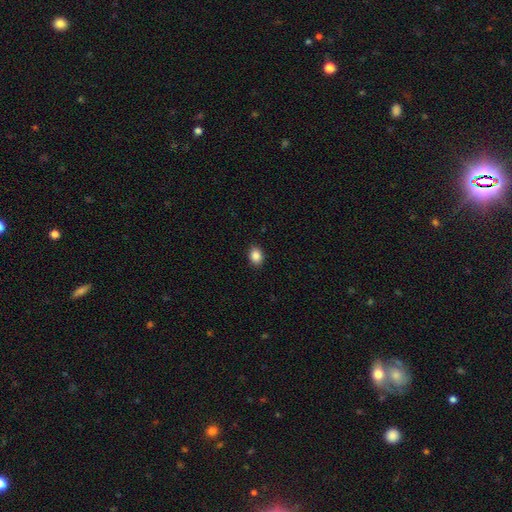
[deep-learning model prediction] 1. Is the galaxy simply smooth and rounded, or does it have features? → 87% smooth, 9% star or artifact, 4% featured or disk.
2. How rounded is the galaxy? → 62% in between, 37% round, 1% cigar-shaped.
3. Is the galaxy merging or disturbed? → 90% none, 7% minor disturbance, 2% major disturbance, 1% merger.